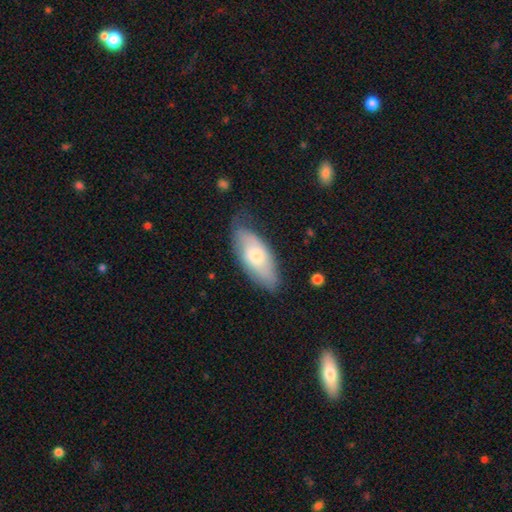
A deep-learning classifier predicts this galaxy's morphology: smooth 58%, featured or disk 36%, star or artifact 6%. Down the decision tree: how rounded — in between (84%); merging — none (66%).